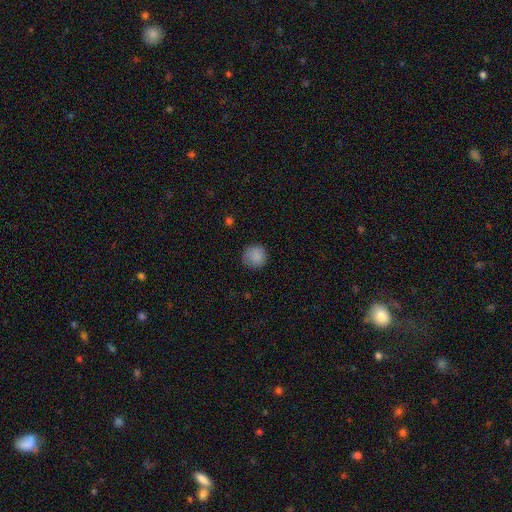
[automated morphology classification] smooth 88%, star or artifact 8%, featured or disk 4%. Down the decision tree: how rounded — round (94%); merging — none (87%).